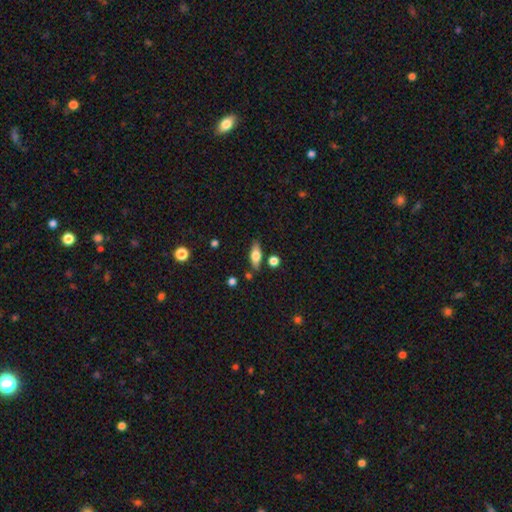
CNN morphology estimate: A smooth galaxy with no disk features (62%) that is in between round and cigar-shaped (64%).

Vote fractions:
- Smooth or featured? smooth: 62% / featured or disk: 30% / star or artifact: 8%
- How rounded? in between: 64% / cigar-shaped: 31% / round: 4%
- Merging? none: 79% / minor disturbance: 13% / merger: 5% / major disturbance: 3%